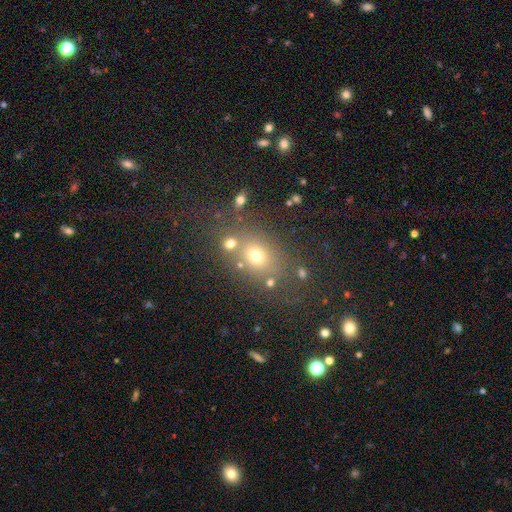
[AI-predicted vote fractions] smooth-or-featured: smooth: 59% | star or artifact: 27% | featured or disk: 14%
  how-rounded: round: 51% | in between: 47% | cigar-shaped: 2%
  merging: none: 68% | merger: 14% | minor disturbance: 12% | major disturbance: 6%